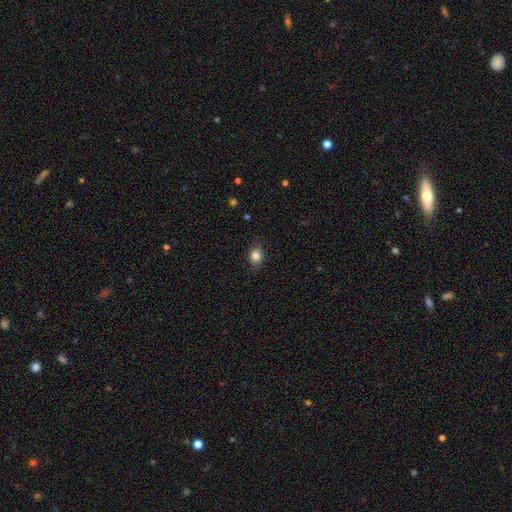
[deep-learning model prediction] The model was most divided on "how rounded": in between: 52%, round: 46%, cigar-shaped: 1%. More confident: smooth or featured — smooth (83%); merging — none (80%).